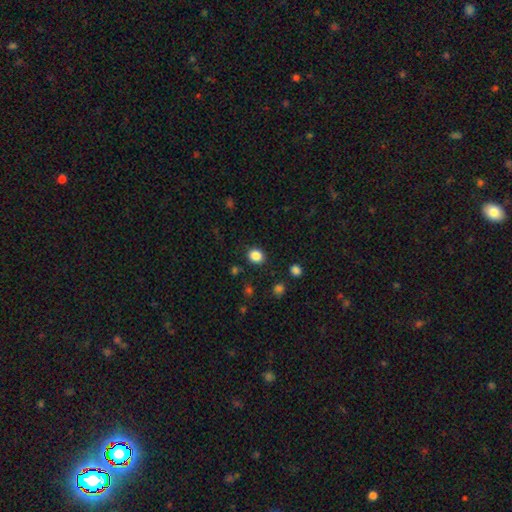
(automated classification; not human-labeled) A smooth galaxy with no disk features (85%) that is round (68%). Merging: none (88%).